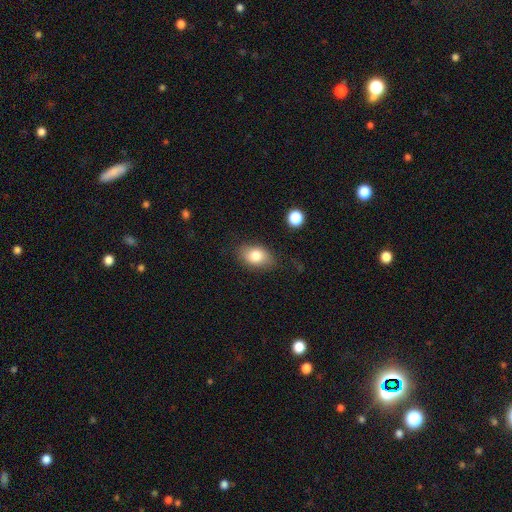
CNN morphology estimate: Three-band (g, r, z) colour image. It shows a smooth galaxy with no disk features (81%) that is in between round and cigar-shaped (83%). Merging: none (79%).